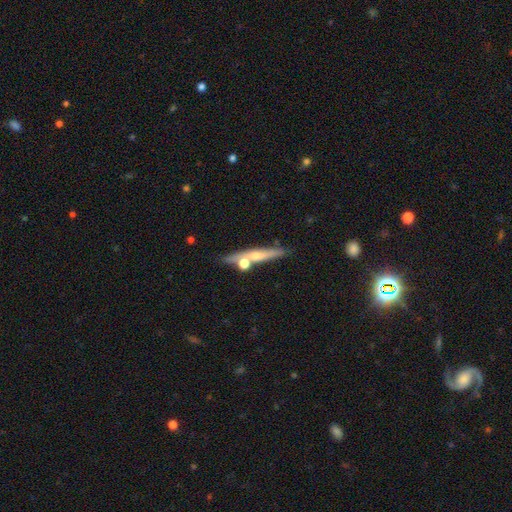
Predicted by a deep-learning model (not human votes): Smooth or featured?
  - featured or disk: 52% *
  - smooth: 40%
  - star or artifact: 7%
Edge-on disk?
  - yes: 88% *
  - no: 12%
Merging?
  - none: 68% *
  - merger: 15%
  - minor disturbance: 13%
  - major disturbance: 4%